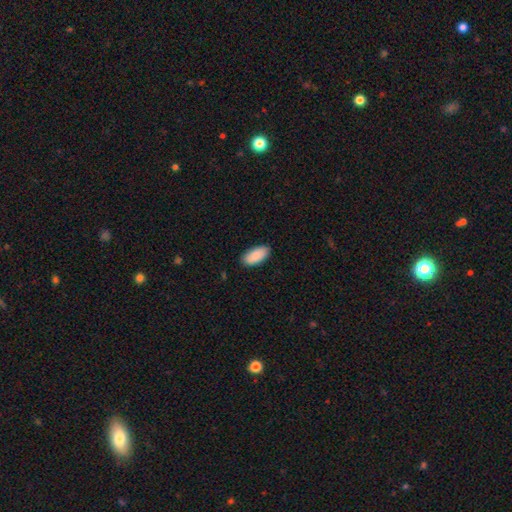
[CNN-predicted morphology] Smooth or featured: smooth — 88% (featured or disk — 6%)
How rounded: in between — 93% (cigar-shaped — 5%)
Merging: none — 86% (minor disturbance — 11%)